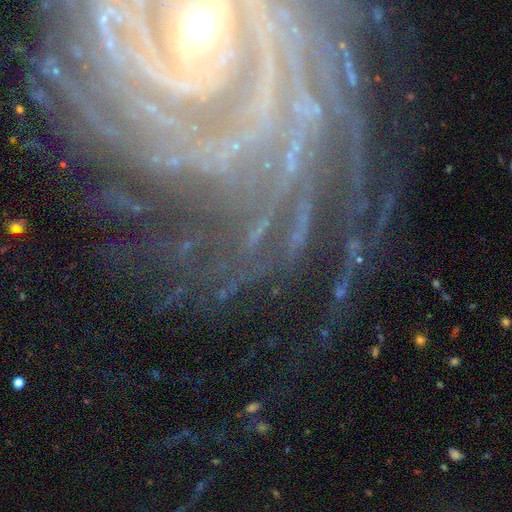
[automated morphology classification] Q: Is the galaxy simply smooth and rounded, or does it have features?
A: featured or disk — 71%.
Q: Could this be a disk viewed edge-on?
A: no — 94%.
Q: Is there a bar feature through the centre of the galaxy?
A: strong — 37%.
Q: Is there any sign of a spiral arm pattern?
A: yes — 96%.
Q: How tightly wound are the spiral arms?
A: tight — 74%.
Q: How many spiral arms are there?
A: can't tell — 22%.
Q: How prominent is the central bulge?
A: small — 66%.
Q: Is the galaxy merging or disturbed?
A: none — 70%.